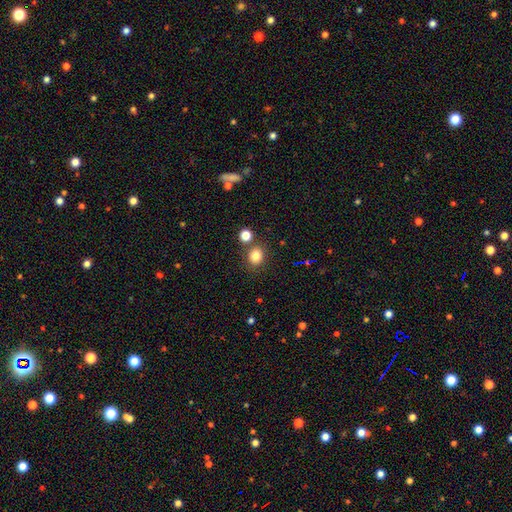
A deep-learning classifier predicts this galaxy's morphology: Smooth or featured? Predicted: smooth (p=0.82). How rounded? Predicted: round (p=0.73). Merging? Predicted: none (p=0.79).